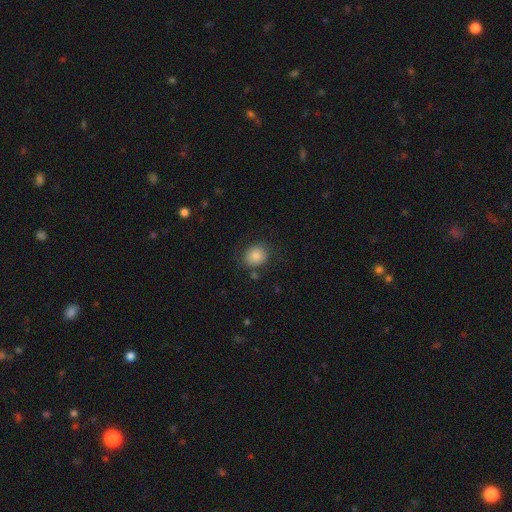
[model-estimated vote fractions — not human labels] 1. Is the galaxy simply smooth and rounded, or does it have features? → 84% smooth, 9% star or artifact, 7% featured or disk.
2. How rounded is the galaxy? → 73% round, 26% in between, 1% cigar-shaped.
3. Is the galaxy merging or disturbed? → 79% none, 14% minor disturbance, 5% major disturbance, 3% merger.